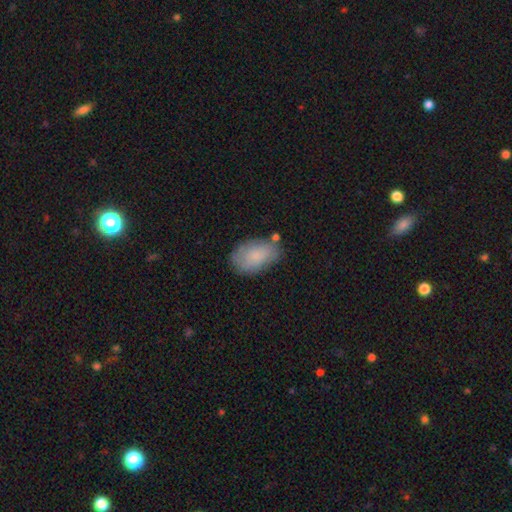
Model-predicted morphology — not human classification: Overall: smooth (78%). How rounded: in between (92%). Merging: none (65%).